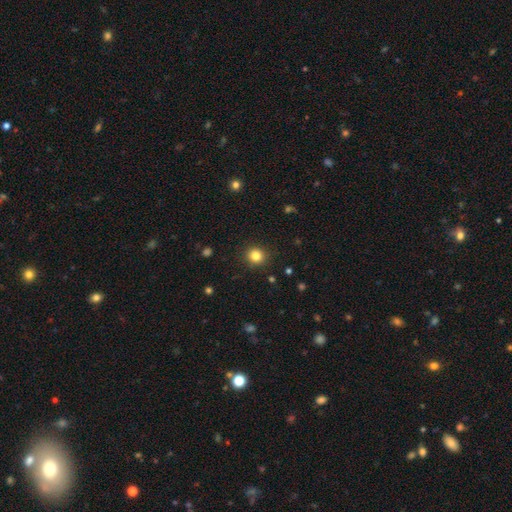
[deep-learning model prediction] smooth_or_featured: smooth (p=0.83) [alt: star or artifact p=0.12]
how_rounded: round (p=0.89) [alt: in between p=0.10]
merging: none (p=0.91) [alt: minor disturbance p=0.06]